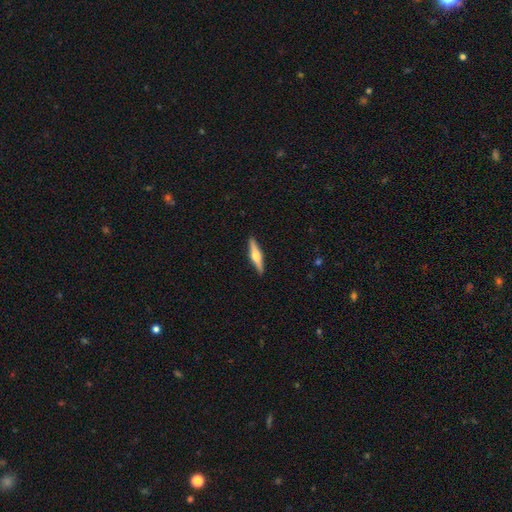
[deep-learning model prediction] smooth_or_featured: featured or disk (p=0.64) [alt: smooth p=0.31]
disk_edge_on: yes (p=0.97) [alt: no p=0.03]
edge_on_bulge: rounded (p=0.92) [alt: boxy p=0.05]
merging: none (p=0.91) [alt: minor disturbance p=0.06]